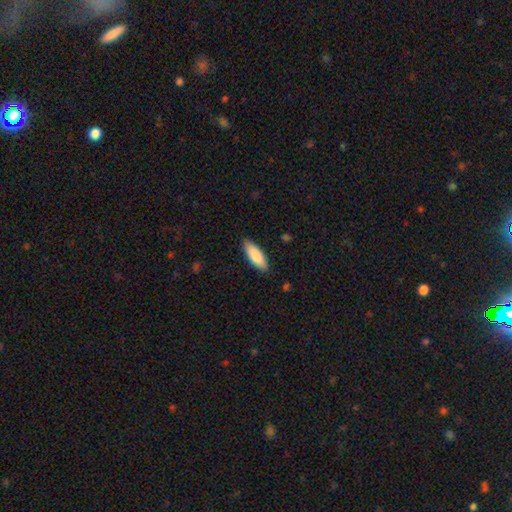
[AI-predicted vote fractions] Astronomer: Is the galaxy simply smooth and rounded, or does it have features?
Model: smooth — 86%.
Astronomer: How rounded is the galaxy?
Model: in between — 62%.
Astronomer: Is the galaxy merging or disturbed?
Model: none — 87%.